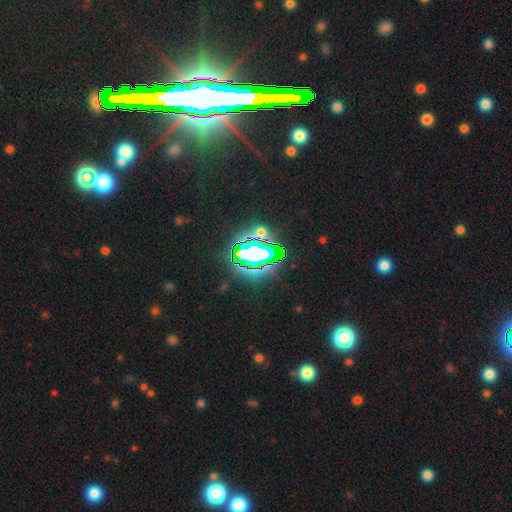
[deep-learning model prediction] This appears to be a star or artifact, not a galaxy (77%).